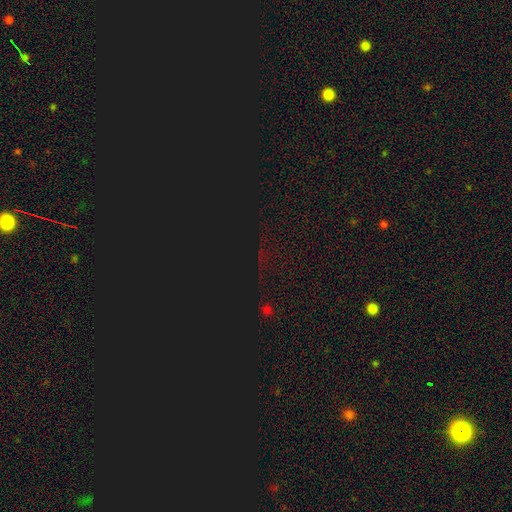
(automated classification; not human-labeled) A star or artifact, not a galaxy (82%).